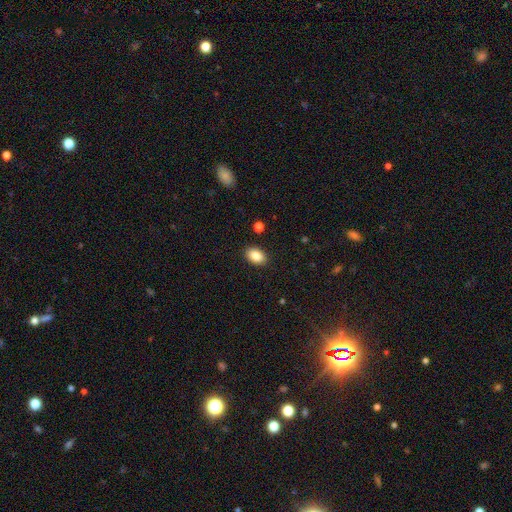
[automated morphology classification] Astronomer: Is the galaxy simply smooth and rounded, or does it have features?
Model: smooth — 87%.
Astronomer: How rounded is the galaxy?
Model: in between — 85%.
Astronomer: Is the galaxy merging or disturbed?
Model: none — 89%.